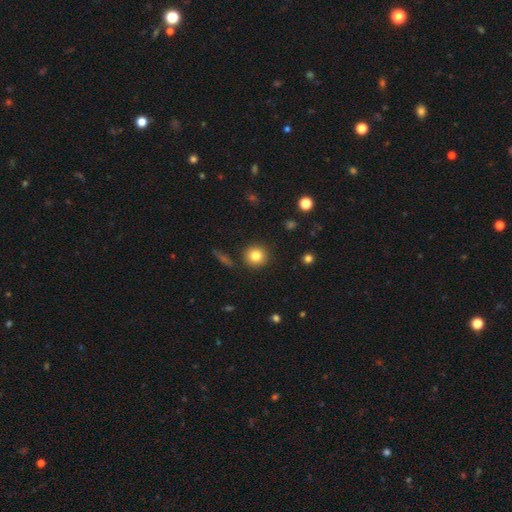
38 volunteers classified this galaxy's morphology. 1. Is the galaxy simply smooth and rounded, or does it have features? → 82% smooth, 11% featured or disk, 8% star or artifact.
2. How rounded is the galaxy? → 90% round, 10% in between, 0% cigar-shaped.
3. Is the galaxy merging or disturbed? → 91% none, 6% minor disturbance, 3% major disturbance, 0% merger.